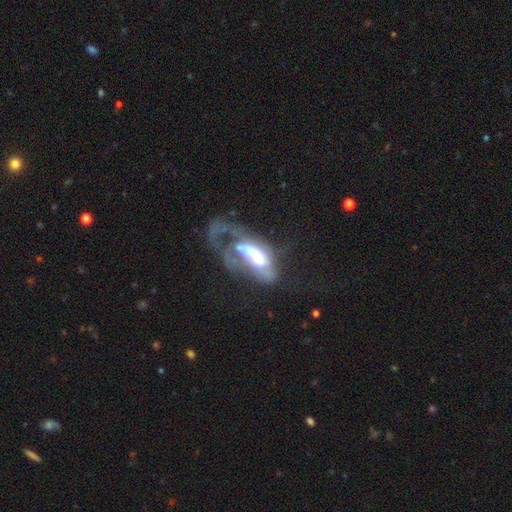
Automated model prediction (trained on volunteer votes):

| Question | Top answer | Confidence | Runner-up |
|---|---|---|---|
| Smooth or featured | featured or disk | 59% | smooth (31%) |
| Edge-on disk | no | 91% | yes (9%) |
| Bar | no | 46% | weak (28%) |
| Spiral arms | yes | 51% | no (49%) |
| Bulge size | large | 43% | moderate (28%) |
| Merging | major disturbance | 62% | merger (16%) |